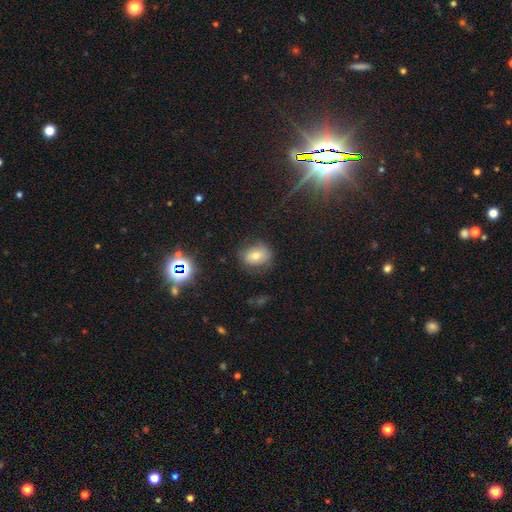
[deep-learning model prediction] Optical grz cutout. It shows a smooth galaxy with no disk features (61%) that is in between round and cigar-shaped (54%). Merging: none (72%).